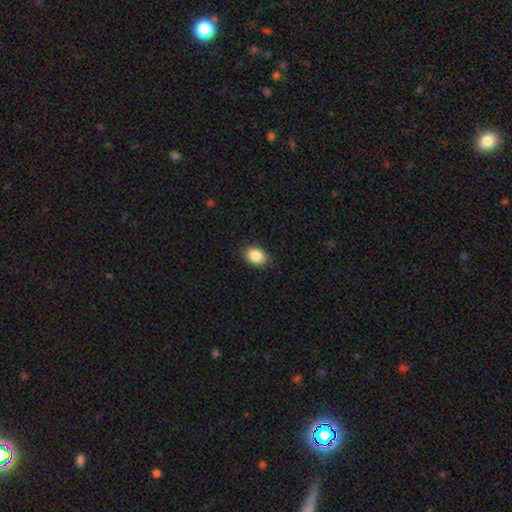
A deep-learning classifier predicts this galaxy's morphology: The model was most divided on "how rounded": in between: 65%, round: 34%, cigar-shaped: 1%. More confident: merging — none (88%); smooth or featured — smooth (87%).